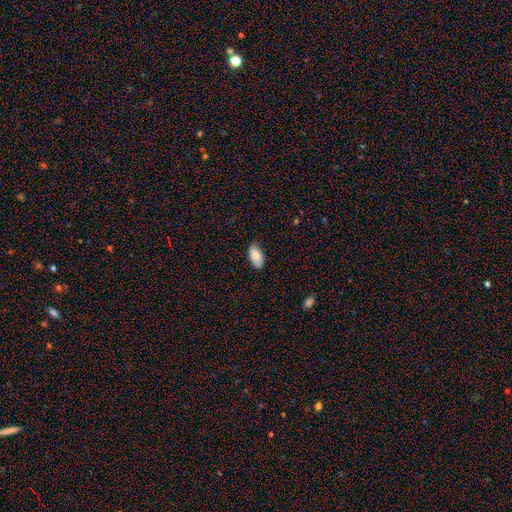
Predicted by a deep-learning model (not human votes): A smooth galaxy with no disk features (85%) that is in between round and cigar-shaped (94%).

Vote fractions:
- Smooth or featured? smooth: 85% / featured or disk: 8% / star or artifact: 7%
- How rounded? in between: 94% / round: 3% / cigar-shaped: 3%
- Merging? none: 74% / minor disturbance: 22% / major disturbance: 3% / merger: 1%